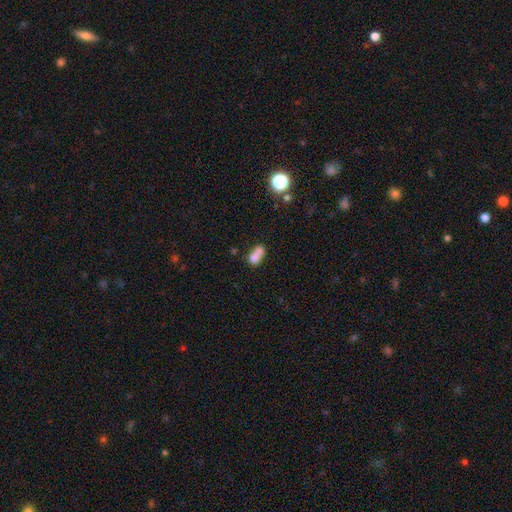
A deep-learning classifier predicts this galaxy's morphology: Smooth or featured? smooth (70%)
How rounded? in between (64%)
Merging? merger (59%)